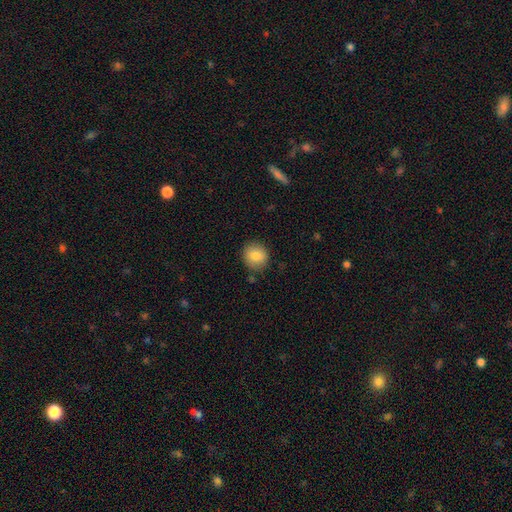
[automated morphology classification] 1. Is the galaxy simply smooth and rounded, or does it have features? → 84% smooth, 8% star or artifact, 8% featured or disk.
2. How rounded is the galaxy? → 88% round, 11% in between, 1% cigar-shaped.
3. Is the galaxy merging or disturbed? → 86% none, 10% minor disturbance, 2% major disturbance, 2% merger.